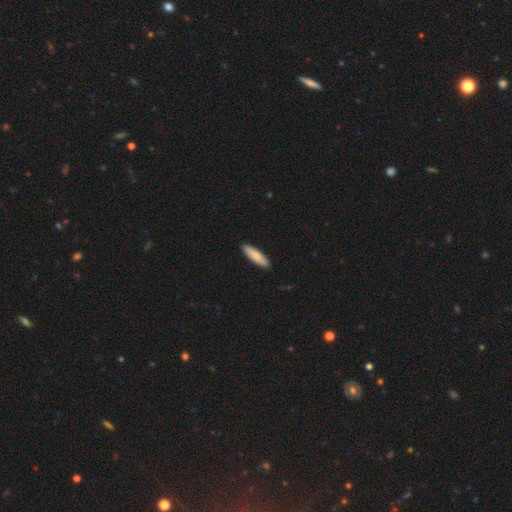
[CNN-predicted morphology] smooth 84%, featured or disk 11%, star or artifact 5%. Down the decision tree: how rounded — cigar-shaped (66%); merging — none (90%).